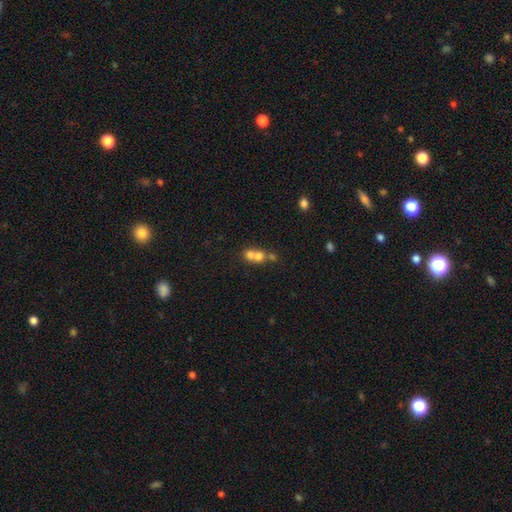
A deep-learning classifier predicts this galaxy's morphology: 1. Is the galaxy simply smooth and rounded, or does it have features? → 67% smooth, 20% featured or disk, 13% star or artifact.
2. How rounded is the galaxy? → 74% round, 24% in between, 2% cigar-shaped.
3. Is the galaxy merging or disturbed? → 68% merger, 24% none, 5% minor disturbance, 3% major disturbance.